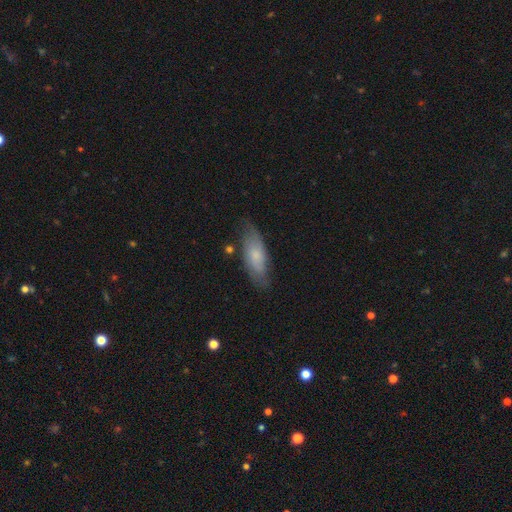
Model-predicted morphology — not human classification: smooth_or_featured: smooth (p=0.63) [alt: featured or disk p=0.31]
how_rounded: in between (p=0.70) [alt: cigar-shaped p=0.27]
merging: none (p=0.71) [alt: minor disturbance p=0.22]